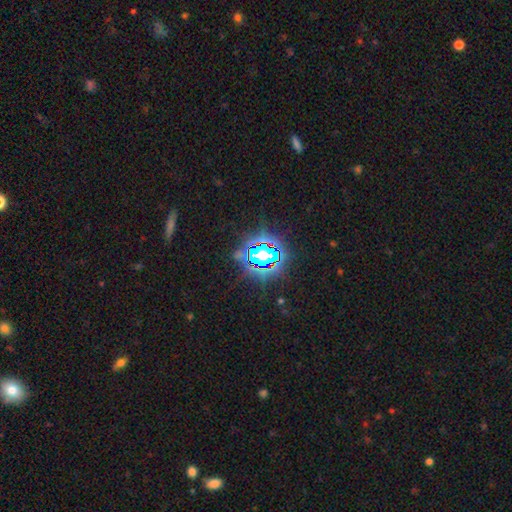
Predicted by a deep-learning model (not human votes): smooth_or_featured: star or artifact (p=0.78) [alt: smooth p=0.13]